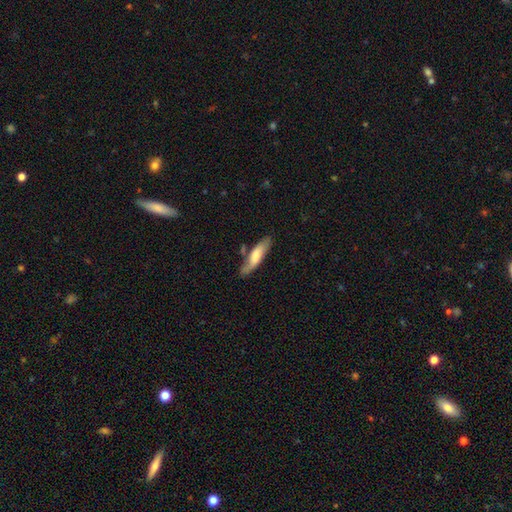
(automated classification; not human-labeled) A smooth galaxy with no disk features (63%) that is cigar-shaped (66%).

Vote fractions:
- Smooth or featured? smooth: 63% / featured or disk: 31% / star or artifact: 6%
- How rounded? cigar-shaped: 66% / in between: 32% / round: 2%
- Merging? none: 66% / minor disturbance: 22% / merger: 7% / major disturbance: 6%